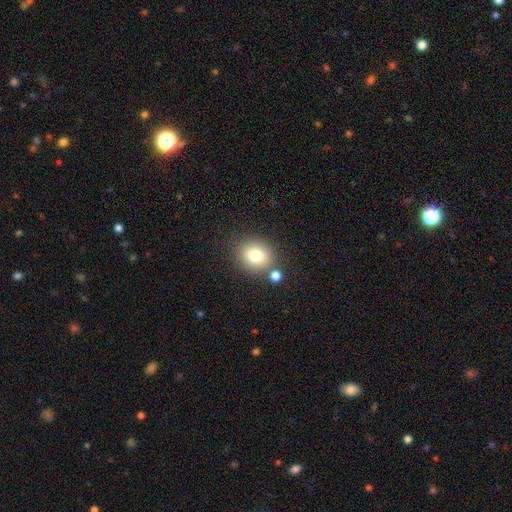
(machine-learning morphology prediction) smooth_or_featured: smooth (p=0.78) [alt: star or artifact p=0.11]
how_rounded: round (p=0.66) [alt: in between p=0.33]
merging: none (p=0.75) [alt: merger p=0.11]